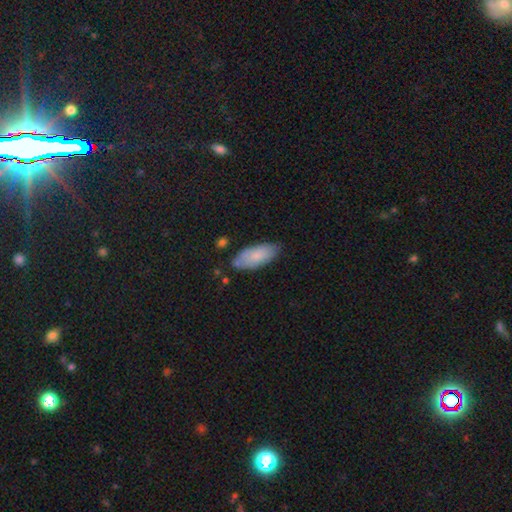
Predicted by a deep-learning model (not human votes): This is likely a smooth galaxy (77%). How rounded: clearly in between (86%). Merging: likely none (71%).